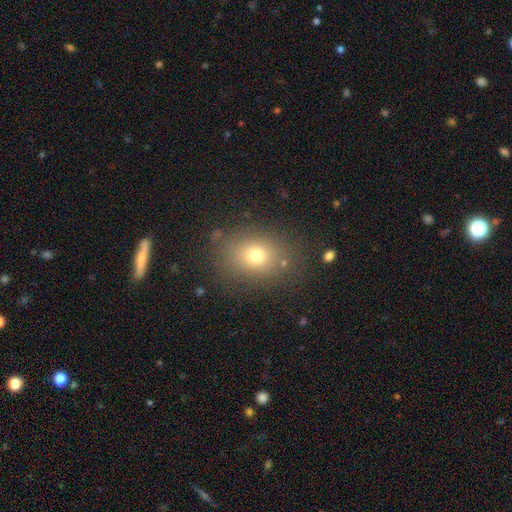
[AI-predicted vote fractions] smooth_or_featured: smooth (p=0.72) [alt: star or artifact p=0.16]
how_rounded: in between (p=0.50) [alt: round p=0.49]
merging: none (p=0.81) [alt: minor disturbance p=0.11]